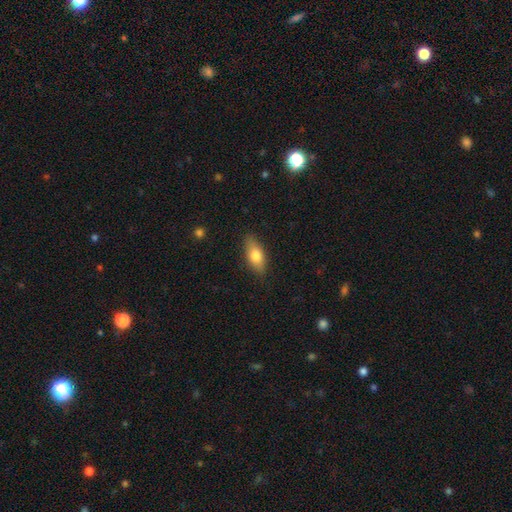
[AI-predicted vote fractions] Overall: smooth (74%). How rounded: in between (80%). Merging: none (86%).